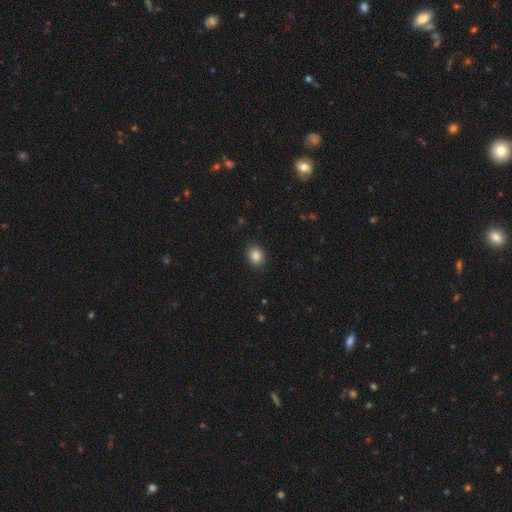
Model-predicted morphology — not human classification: Smooth or featured: smooth — 86% (star or artifact — 9%)
How rounded: round — 53% (in between — 46%)
Merging: none — 89% (minor disturbance — 8%)